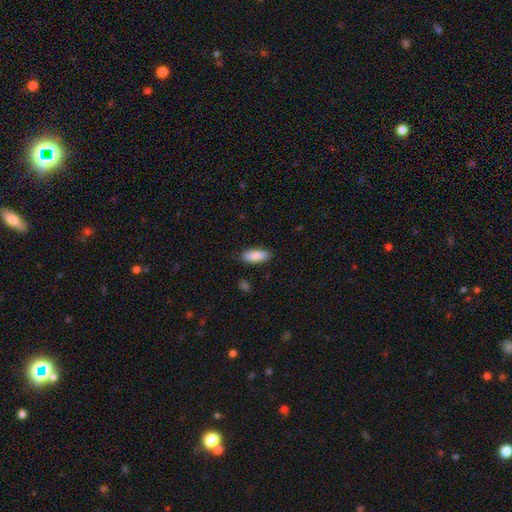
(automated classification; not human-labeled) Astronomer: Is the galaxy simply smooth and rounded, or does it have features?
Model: smooth — 87%.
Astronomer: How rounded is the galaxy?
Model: in between — 79%.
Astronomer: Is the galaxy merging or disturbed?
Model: none — 84%.